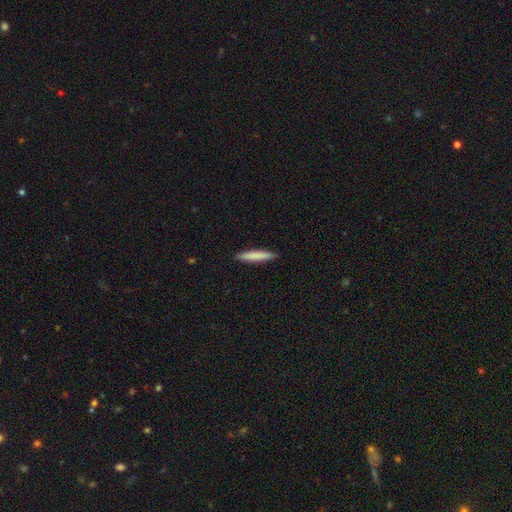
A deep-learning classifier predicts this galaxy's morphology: Smooth or featured?
  - smooth: 78% *
  - featured or disk: 16%
  - star or artifact: 5%
How rounded?
  - cigar-shaped: 93% *
  - in between: 6%
  - round: 1%
Merging?
  - none: 91% *
  - minor disturbance: 7%
  - major disturbance: 1%
  - merger: 1%